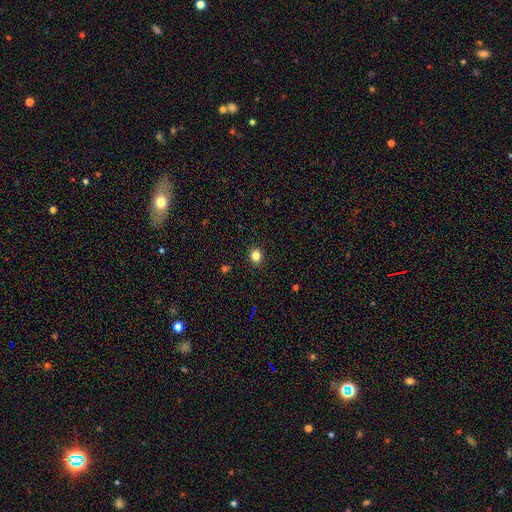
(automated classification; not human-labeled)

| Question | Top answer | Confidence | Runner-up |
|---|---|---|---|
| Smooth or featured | smooth | 82% | star or artifact (13%) |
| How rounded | round | 83% | in between (17%) |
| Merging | none | 92% | minor disturbance (5%) |